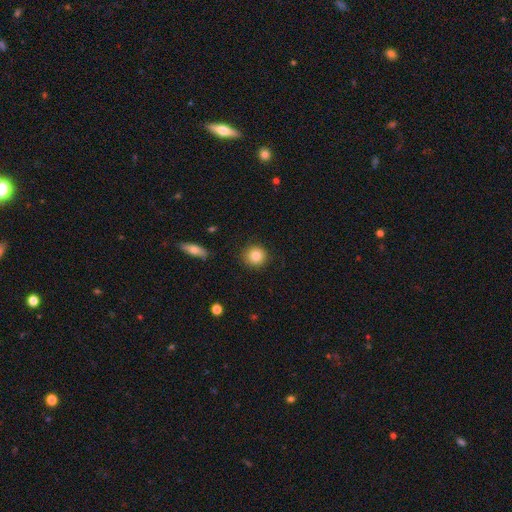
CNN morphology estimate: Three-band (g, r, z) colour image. It shows a smooth galaxy with no disk features (85%) that is round (92%). Merging: none (89%).